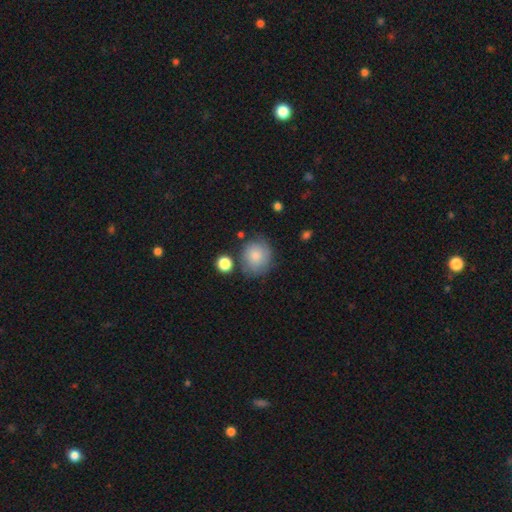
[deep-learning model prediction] Smooth or featured?
  - smooth: 77% *
  - featured or disk: 15%
  - star or artifact: 8%
How rounded?
  - round: 75% *
  - in between: 24%
  - cigar-shaped: 1%
Merging?
  - none: 66% *
  - minor disturbance: 21%
  - major disturbance: 7%
  - merger: 6%